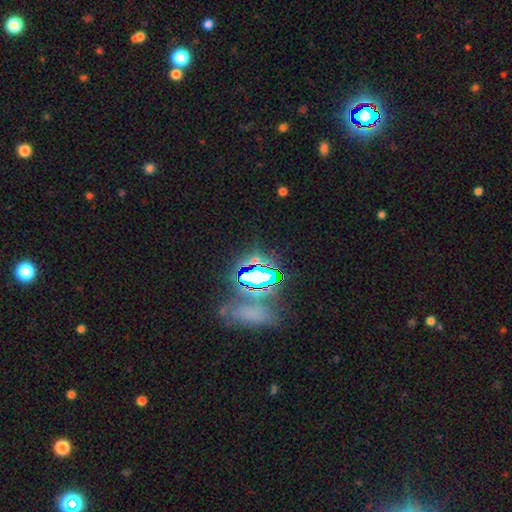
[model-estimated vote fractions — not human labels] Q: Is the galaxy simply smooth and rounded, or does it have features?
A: star or artifact — 66%.